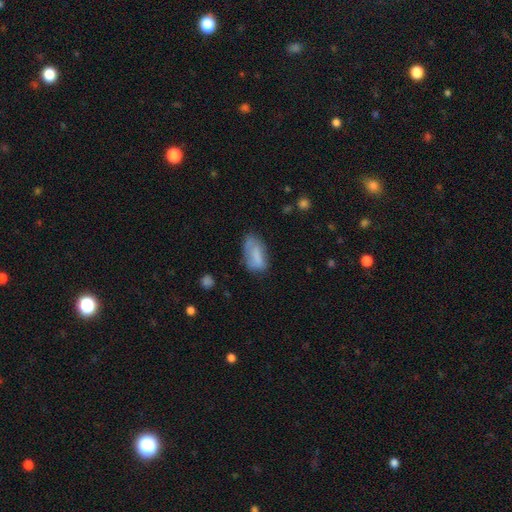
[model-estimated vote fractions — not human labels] smooth-or-featured: smooth: 75% | featured or disk: 16% | star or artifact: 9%
  how-rounded: in between: 89% | cigar-shaped: 8% | round: 3%
  merging: none: 48% | minor disturbance: 33% | major disturbance: 15% | merger: 4%